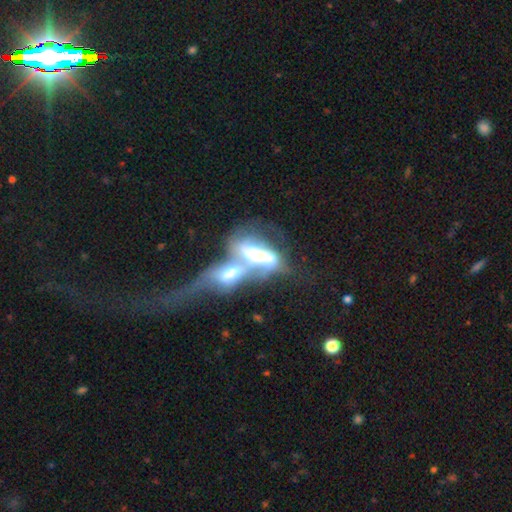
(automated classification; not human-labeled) Smooth or featured: featured or disk — 57% (smooth — 33%)
Edge-on disk: no — 90% (yes — 10%)
Bar: no — 62% (strong — 23%)
Spiral arms: no — 76% (yes — 24%)
Bulge size: none — 33% (large — 25%)
Merging: merger — 74% (major disturbance — 17%)